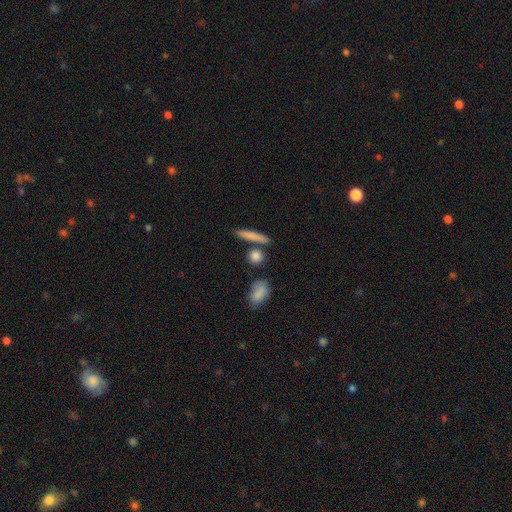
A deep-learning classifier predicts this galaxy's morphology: Q: Smooth or featured?
A: smooth (79%); runner-up: featured or disk (13%)
Q: How rounded?
A: cigar-shaped (43%); runner-up: round (35%)
Q: Merging?
A: none (78%); runner-up: merger (10%)